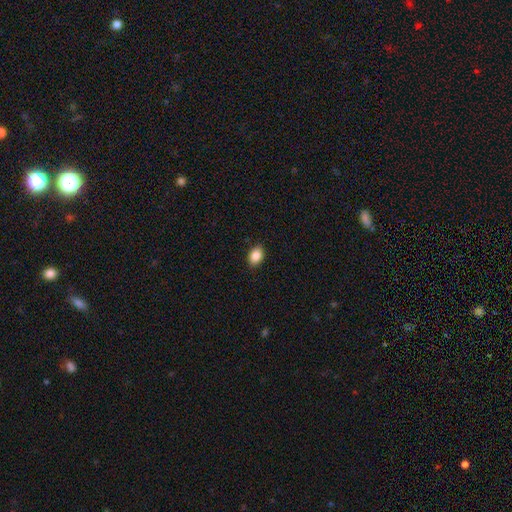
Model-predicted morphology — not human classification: This is clearly a smooth galaxy (87%). How rounded: clearly in between (82%). Merging: clearly none (89%).